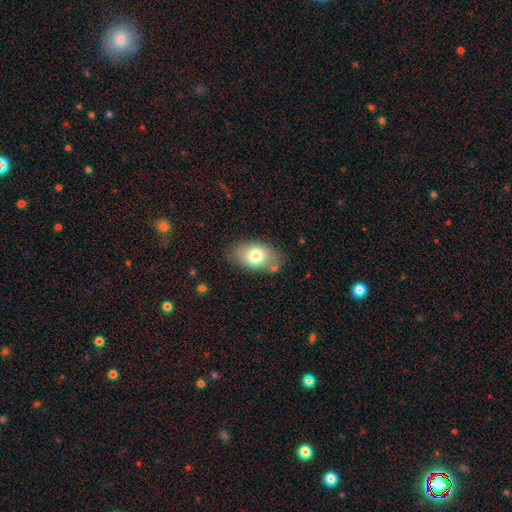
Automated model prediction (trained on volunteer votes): This is likely a smooth galaxy (76%). How rounded: clearly in between (89%). Merging: likely none (75%).